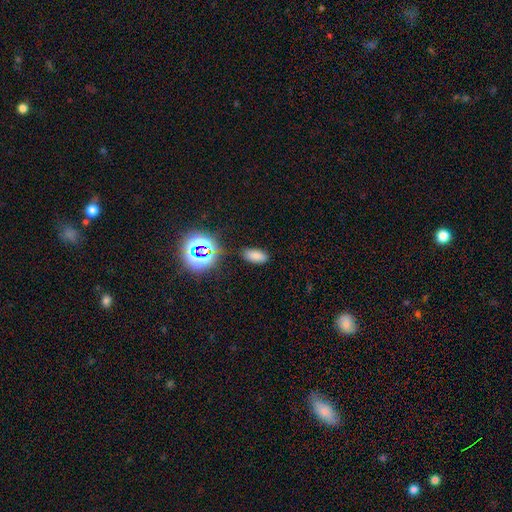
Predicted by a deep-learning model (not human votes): Smooth or featured? Predicted: smooth (p=0.75). How rounded? Predicted: in between (p=0.90). Merging? Predicted: none (p=0.86).